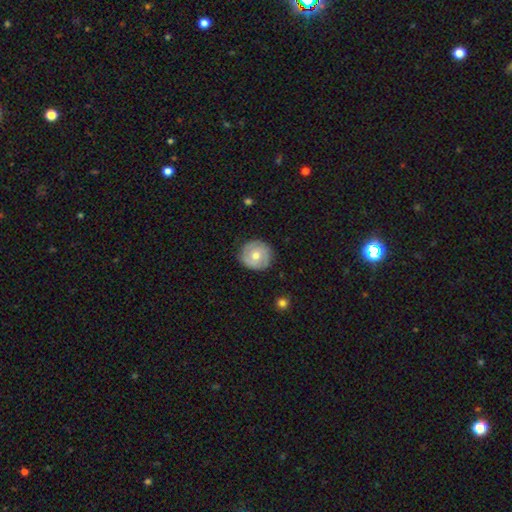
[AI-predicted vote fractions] Q: Smooth or featured?
A: smooth (47%); runner-up: featured or disk (46%)
Q: Merging?
A: none (85%); runner-up: minor disturbance (12%)